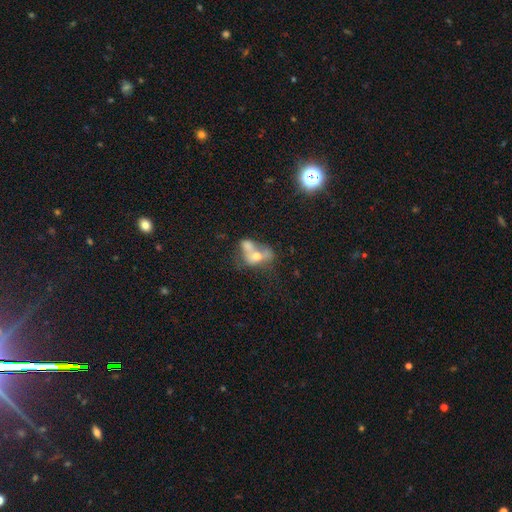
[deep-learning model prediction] Smooth or featured?
  - smooth: 51% *
  - featured or disk: 37%
  - star or artifact: 13%
How rounded?
  - in between: 68% *
  - round: 29%
  - cigar-shaped: 3%
Merging?
  - merger: 66% *
  - none: 16%
  - major disturbance: 10%
  - minor disturbance: 8%